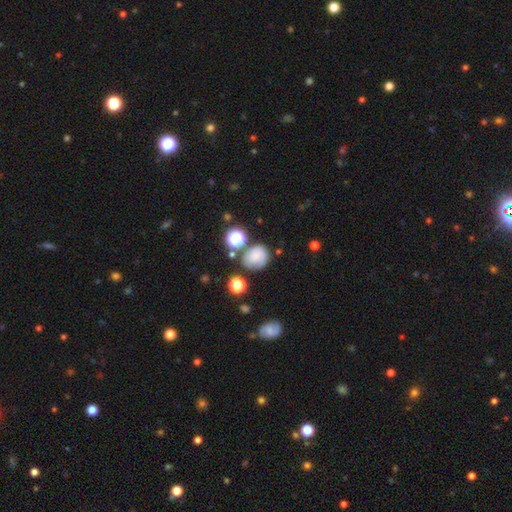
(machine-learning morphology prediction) The model was most divided on "how rounded": round: 67%, in between: 32%, cigar-shaped: 1%. More confident: smooth or featured — smooth (67%); merging — none (60%).